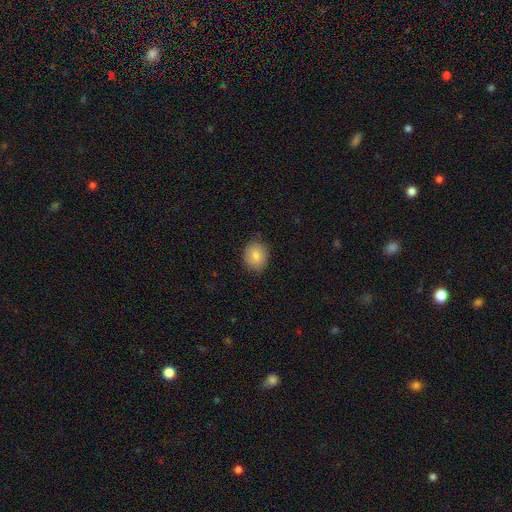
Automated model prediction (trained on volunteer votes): Smooth or featured? smooth (82%)
How rounded? round (69%)
Merging? none (85%)